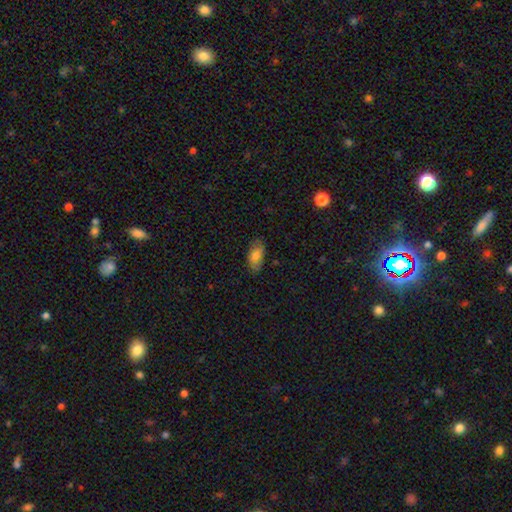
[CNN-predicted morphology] Smooth or featured?
  - smooth: 76% *
  - featured or disk: 17%
  - star or artifact: 7%
How rounded?
  - in between: 91% *
  - cigar-shaped: 5%
  - round: 4%
Merging?
  - none: 79% *
  - minor disturbance: 16%
  - major disturbance: 4%
  - merger: 1%